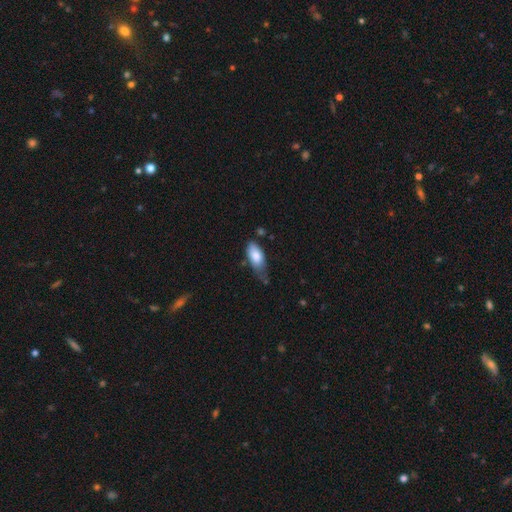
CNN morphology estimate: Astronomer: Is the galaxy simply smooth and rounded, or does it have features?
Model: smooth — 80%.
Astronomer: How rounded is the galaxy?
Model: in between — 87%.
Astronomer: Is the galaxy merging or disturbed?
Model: minor disturbance — 43% (runner-up: none, 36%).